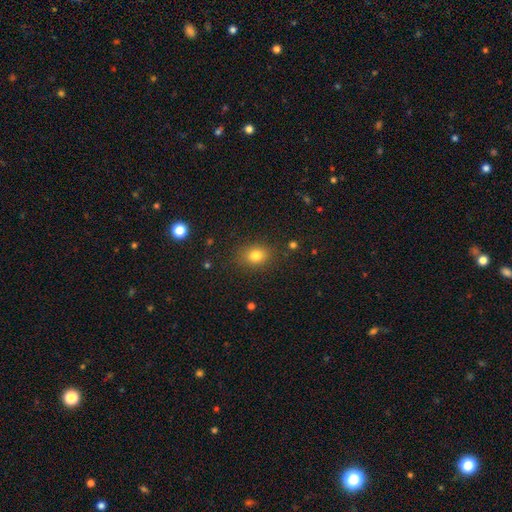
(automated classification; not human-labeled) smooth_or_featured: smooth (p=0.80) [alt: star or artifact p=0.13]
how_rounded: in between (p=0.53) [alt: round p=0.46]
merging: none (p=0.85) [alt: minor disturbance p=0.10]